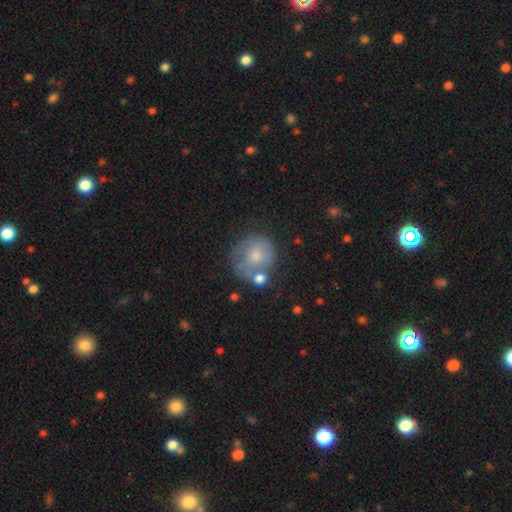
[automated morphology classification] smooth_or_featured: smooth (p=0.59) [alt: featured or disk p=0.32]
how_rounded: round (p=0.86) [alt: in between p=0.13]
merging: none (p=0.52) [alt: minor disturbance p=0.22]